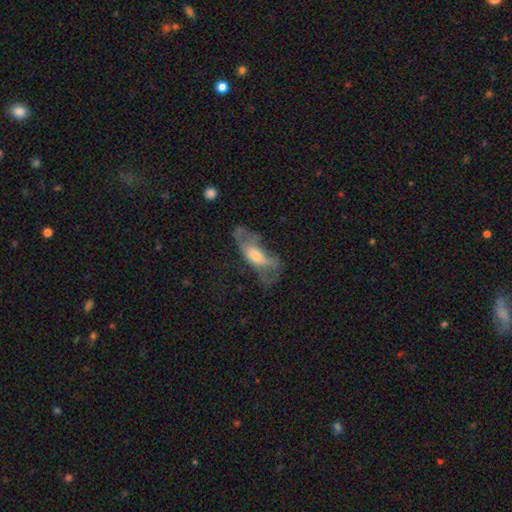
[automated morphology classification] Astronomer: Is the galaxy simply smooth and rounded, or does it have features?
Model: featured or disk — 50% (runner-up: smooth, 42%).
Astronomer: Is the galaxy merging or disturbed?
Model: major disturbance — 37% (runner-up: none, 34%).